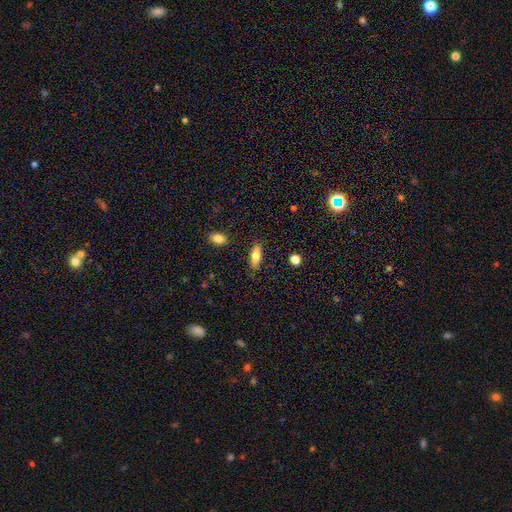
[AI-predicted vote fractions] The model was most divided on "how rounded": in between: 69%, cigar-shaped: 28%, round: 3%. More confident: merging — none (84%); smooth or featured — smooth (74%).